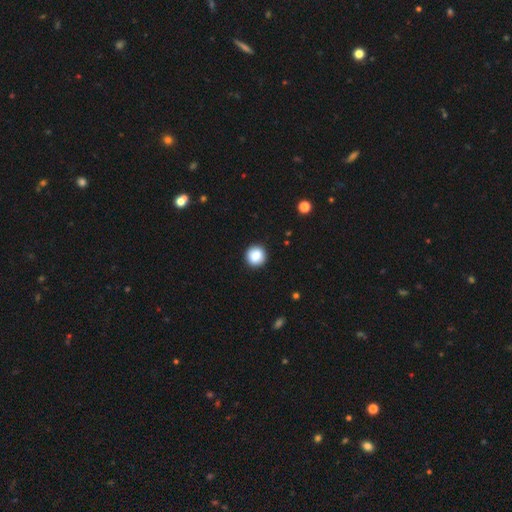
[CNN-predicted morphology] smooth_or_featured: smooth (p=0.87) [alt: star or artifact p=0.09]
how_rounded: round (p=0.93) [alt: in between p=0.06]
merging: none (p=0.92) [alt: minor disturbance p=0.06]